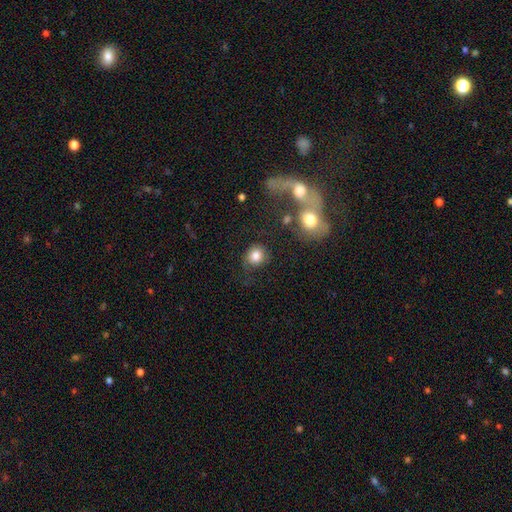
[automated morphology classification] Q: Smooth or featured?
A: smooth (81%); runner-up: star or artifact (10%)
Q: How rounded?
A: round (79%); runner-up: in between (20%)
Q: Merging?
A: none (66%); runner-up: minor disturbance (18%)